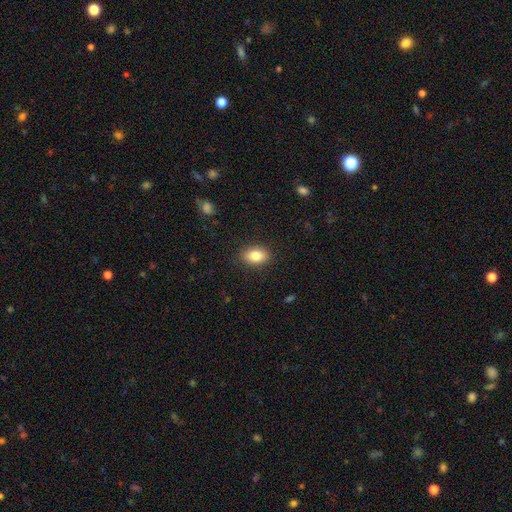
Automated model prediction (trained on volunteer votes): The model was most divided on "how rounded": in between: 83%, round: 15%, cigar-shaped: 2%. More confident: merging — none (88%); smooth or featured — smooth (82%).